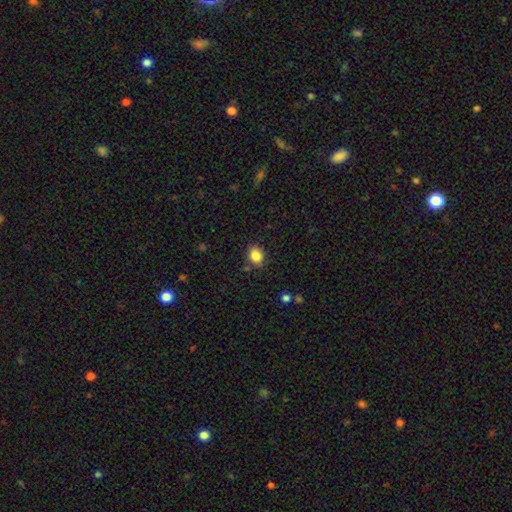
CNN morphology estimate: Smooth or featured? Predicted: smooth (p=0.86). How rounded? Predicted: in between (p=0.61). Merging? Predicted: none (p=0.84).